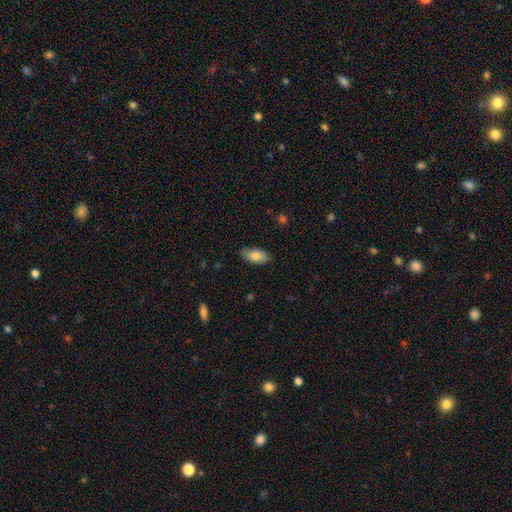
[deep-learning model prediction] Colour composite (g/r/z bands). It shows a smooth galaxy with no disk features (82%) that is in between round and cigar-shaped (92%). Merging: none (84%).